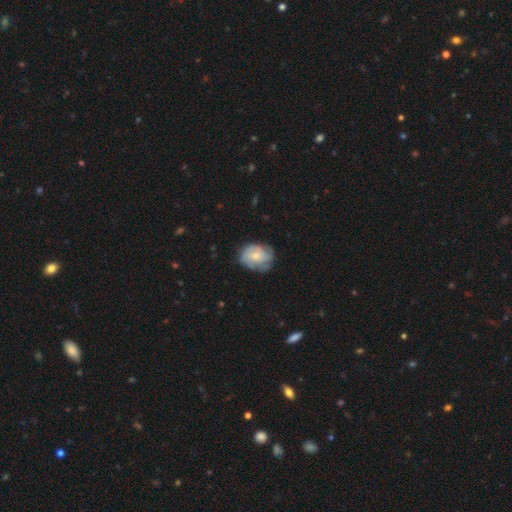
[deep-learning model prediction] This is likely a featured or disk galaxy (62%). It is clearly not viewed edge-on (98%). Bar: likely no (76%). Spiral arm pattern: clearly yes (89%). Spiral arm count: marginally 3 (32%). Spiral winding: possibly tight (51%). Central bulge: possibly small (57%). Merging: likely none (71%).